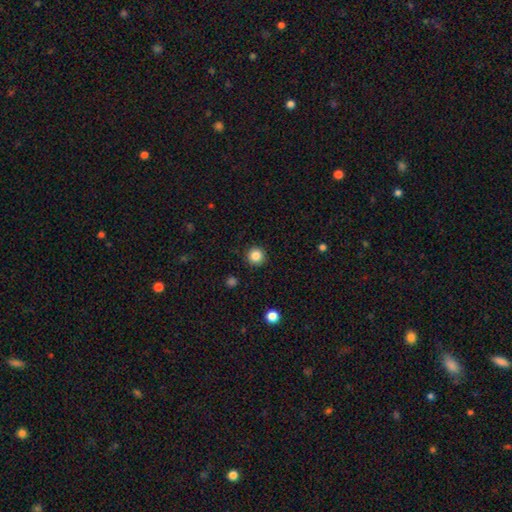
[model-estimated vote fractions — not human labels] A smooth galaxy with no disk features (85%) that is round (96%). Merging: none (92%).